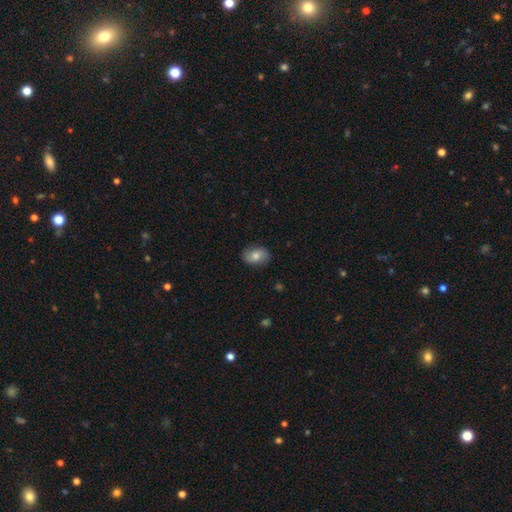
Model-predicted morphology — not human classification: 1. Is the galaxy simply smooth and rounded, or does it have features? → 72% smooth, 20% featured or disk, 8% star or artifact.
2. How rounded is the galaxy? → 76% in between, 23% round, 1% cigar-shaped.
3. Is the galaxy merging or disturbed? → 83% none, 13% minor disturbance, 3% major disturbance, 1% merger.